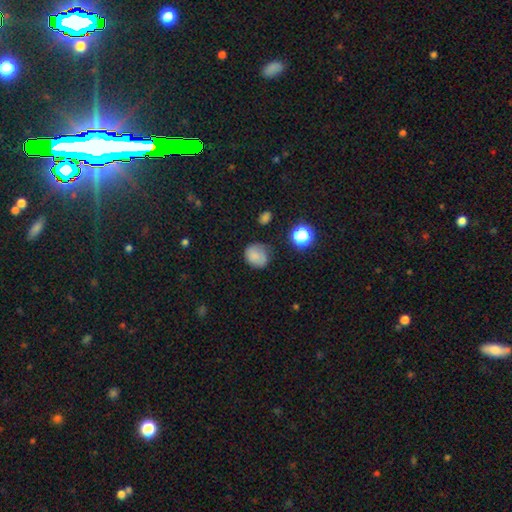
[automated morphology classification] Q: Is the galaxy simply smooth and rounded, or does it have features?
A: smooth — 77%.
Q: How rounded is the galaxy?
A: round — 73%.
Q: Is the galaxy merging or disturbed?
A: none — 64%.